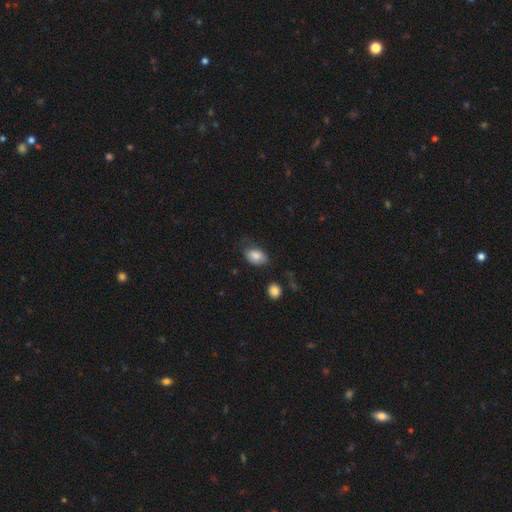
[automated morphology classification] smooth-or-featured: smooth: 82% | featured or disk: 10% | star or artifact: 8%
  how-rounded: in between: 86% | round: 13% | cigar-shaped: 1%
  merging: none: 61% | minor disturbance: 25% | major disturbance: 11% | merger: 3%